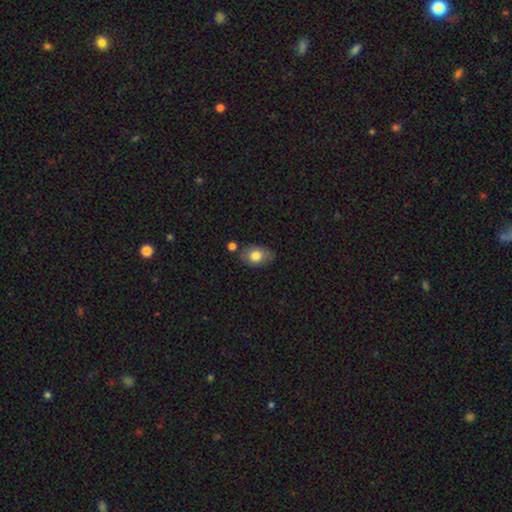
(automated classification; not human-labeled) This is likely a smooth galaxy (79%). How rounded: likely in between (79%). Merging: likely none (71%).